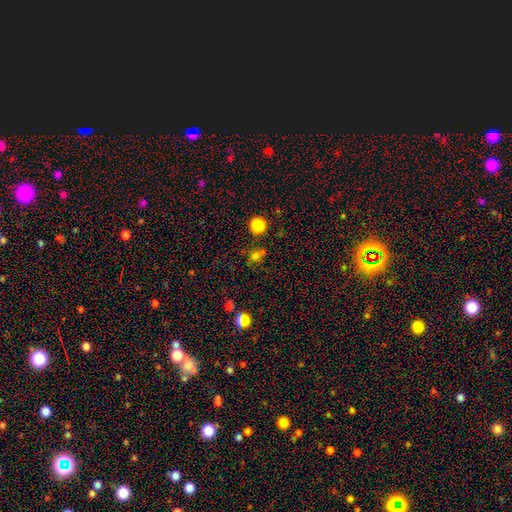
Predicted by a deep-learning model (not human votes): smooth-or-featured: smooth: 62% | star or artifact: 30% | featured or disk: 9%
  how-rounded: round: 70% | in between: 28% | cigar-shaped: 2%
  merging: none: 64% | minor disturbance: 15% | merger: 13% | major disturbance: 8%